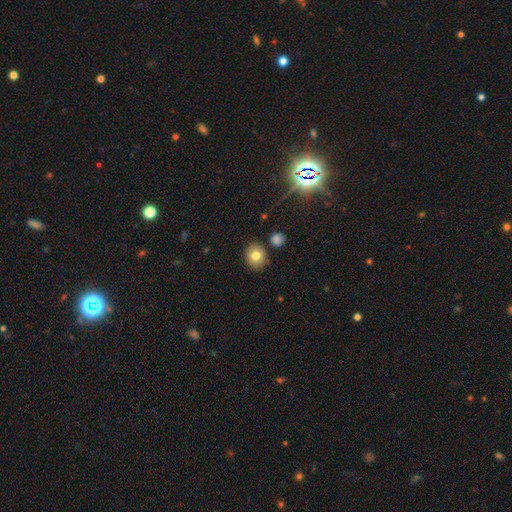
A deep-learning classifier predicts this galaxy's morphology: Smooth or featured?
  - smooth: 78% *
  - star or artifact: 11%
  - featured or disk: 11%
How rounded?
  - round: 76% *
  - in between: 23%
  - cigar-shaped: 1%
Merging?
  - none: 85% *
  - minor disturbance: 8%
  - merger: 4%
  - major disturbance: 2%